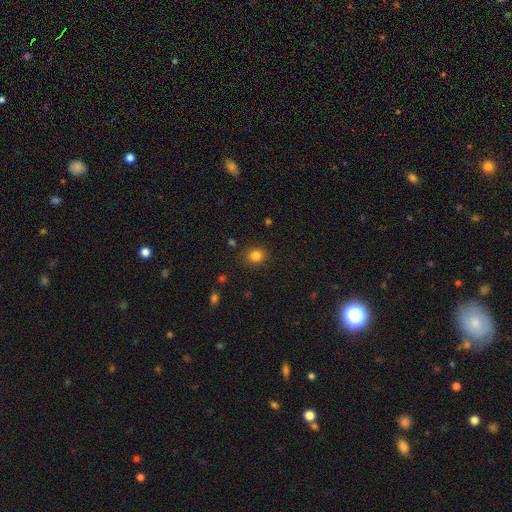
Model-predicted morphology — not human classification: smooth 83%, star or artifact 12%, featured or disk 5%. Down the decision tree: how rounded — round (77%); merging — none (87%).